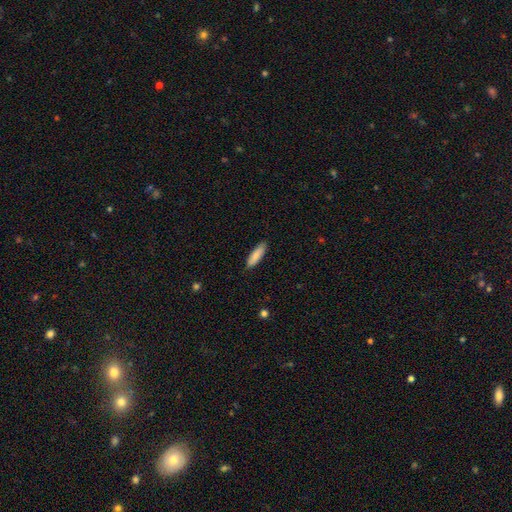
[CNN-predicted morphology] Smooth or featured? smooth (86%)
How rounded? cigar-shaped (56%)
Merging? none (85%)